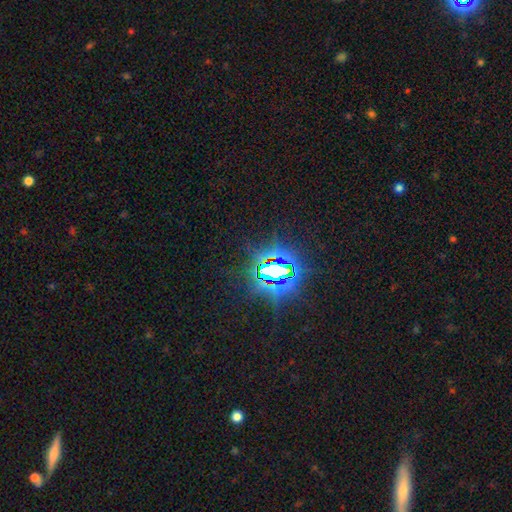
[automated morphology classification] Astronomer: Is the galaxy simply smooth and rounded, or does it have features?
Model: star or artifact — 83%.